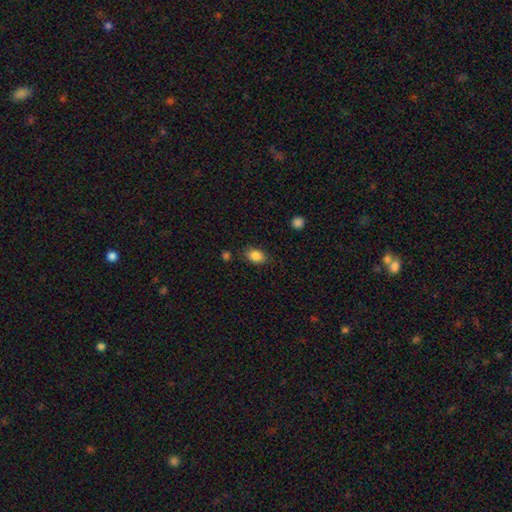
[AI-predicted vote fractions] Q: Smooth or featured?
A: smooth (86%); runner-up: star or artifact (9%)
Q: How rounded?
A: in between (80%); runner-up: round (19%)
Q: Merging?
A: none (79%); runner-up: minor disturbance (14%)